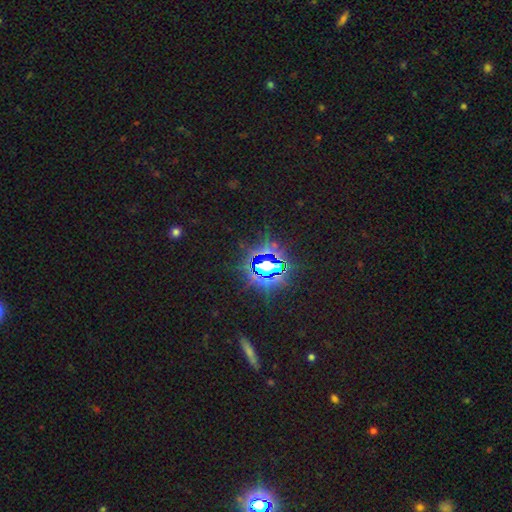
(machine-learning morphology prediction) type=star or artifact (79%).